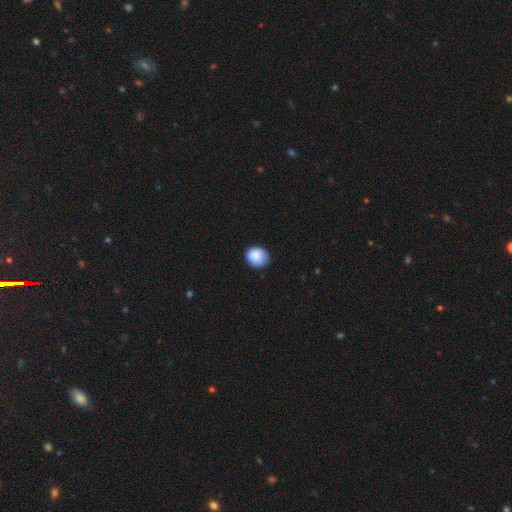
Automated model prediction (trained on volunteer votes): Morphology: type=smooth (87%); roundness=round (80%); merging=none (74%).